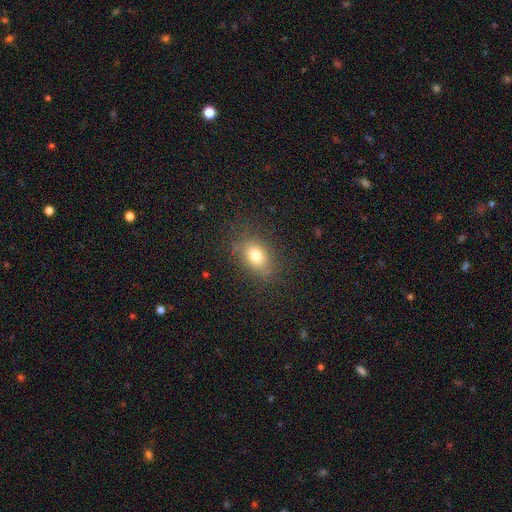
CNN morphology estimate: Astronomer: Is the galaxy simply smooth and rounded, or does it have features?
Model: smooth — 77%.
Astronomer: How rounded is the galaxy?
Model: in between — 77%.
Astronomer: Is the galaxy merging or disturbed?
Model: none — 79%.